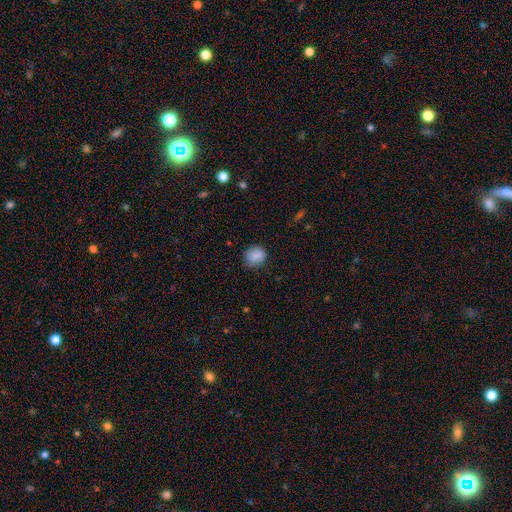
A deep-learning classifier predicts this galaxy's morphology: smooth 87%, star or artifact 8%, featured or disk 5%. Down the decision tree: how rounded — round (79%); merging — none (80%).